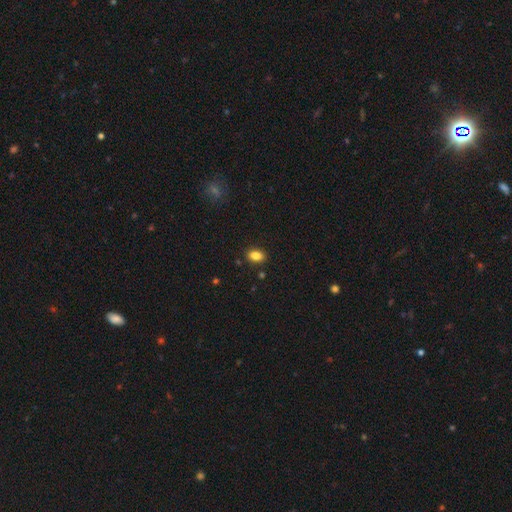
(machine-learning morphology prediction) Smooth or featured? smooth (84%)
How rounded? in between (85%)
Merging? none (88%)